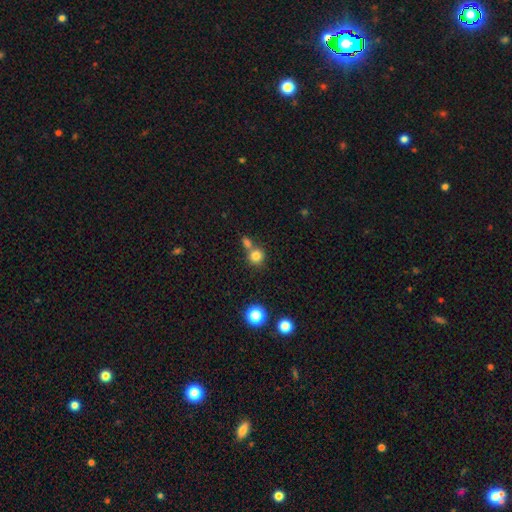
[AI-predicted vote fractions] smooth_or_featured: smooth (p=0.80) [alt: star or artifact p=0.13]
how_rounded: round (p=0.89) [alt: in between p=0.10]
merging: none (p=0.55) [alt: merger p=0.34]